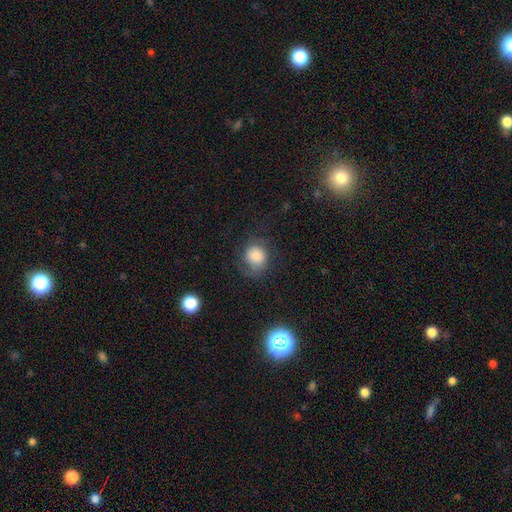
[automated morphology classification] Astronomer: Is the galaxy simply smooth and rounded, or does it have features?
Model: smooth — 73%.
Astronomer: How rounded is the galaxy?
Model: round — 81%.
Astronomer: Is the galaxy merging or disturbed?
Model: none — 65%.